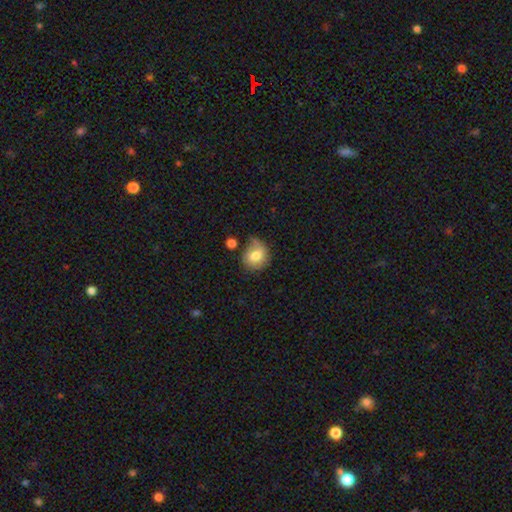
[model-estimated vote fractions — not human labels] A smooth galaxy with no disk features (74%) that is round (76%).

Vote fractions:
- Smooth or featured? smooth: 74% / featured or disk: 17% / star or artifact: 9%
- How rounded? round: 76% / in between: 23% / cigar-shaped: 1%
- Merging? none: 53% / minor disturbance: 27% / major disturbance: 11% / merger: 8%